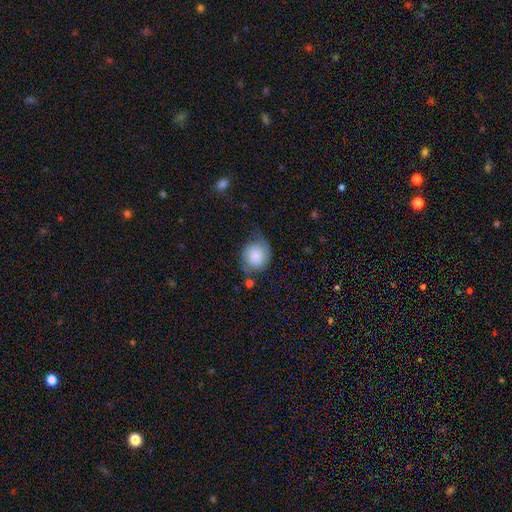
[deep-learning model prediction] A smooth galaxy with no disk features (72%) that is round (78%). Merging: none (47%).